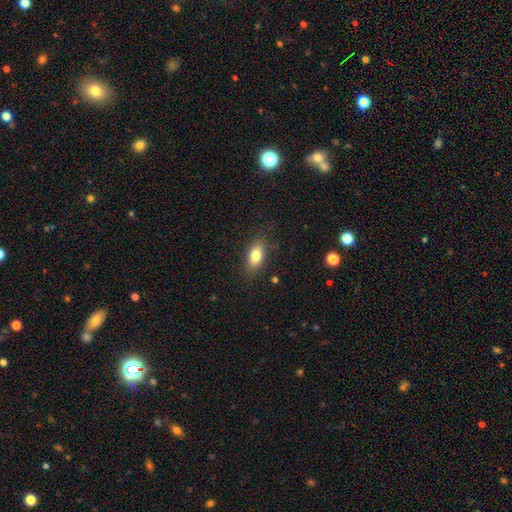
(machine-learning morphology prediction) A smooth galaxy with no disk features (79%) that is in between round and cigar-shaped (85%). Merging: none (82%).